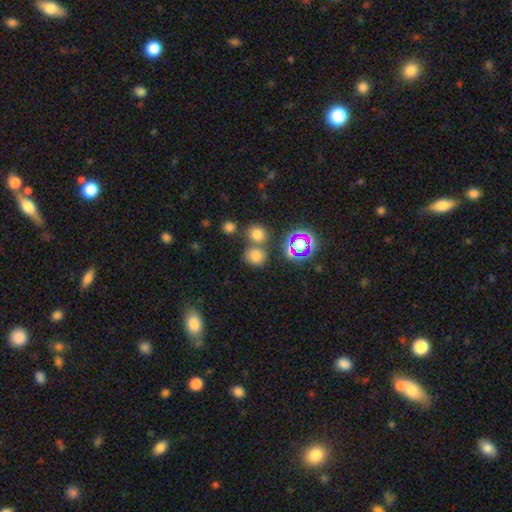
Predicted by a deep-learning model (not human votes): Smooth or featured: smooth — 72% (star or artifact — 20%)
How rounded: round — 78% (in between — 21%)
Merging: none — 59% (merger — 27%)